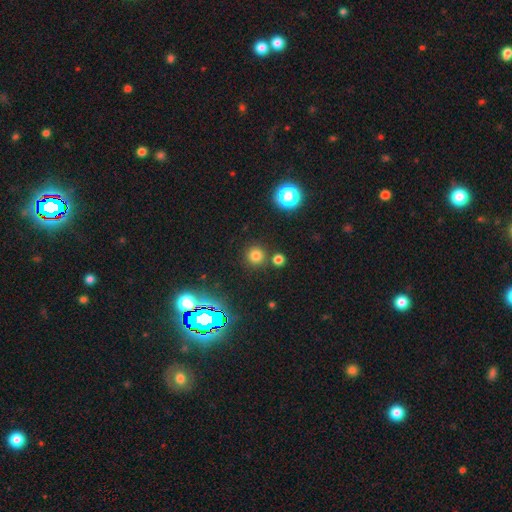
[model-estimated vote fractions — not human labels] Smooth or featured?
  - smooth: 71% *
  - star or artifact: 23%
  - featured or disk: 6%
How rounded?
  - round: 94% *
  - in between: 5%
  - cigar-shaped: 1%
Merging?
  - none: 83% *
  - merger: 8%
  - minor disturbance: 6%
  - major disturbance: 3%